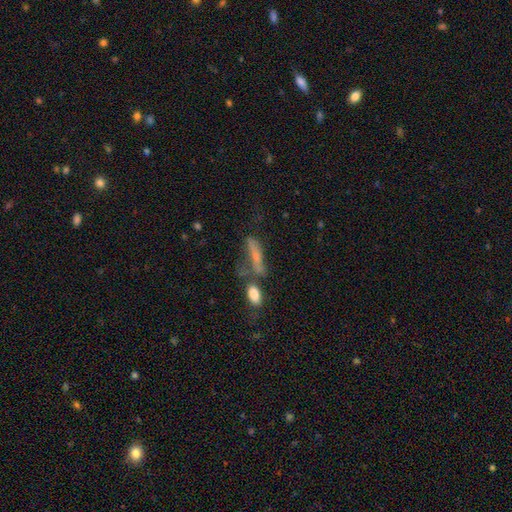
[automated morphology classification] type=smooth (56%); roundness=cigar-shaped (65%); merging=none (36%).